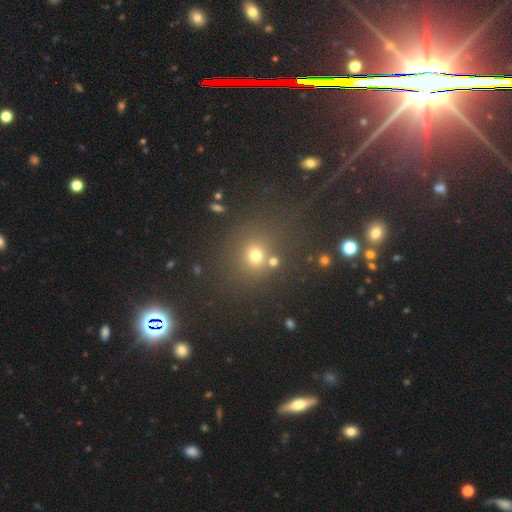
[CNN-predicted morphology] The model was most divided on "smooth or featured": smooth: 67%, star or artifact: 23%, featured or disk: 9%. More confident: how rounded — round (81%); merging — none (69%).